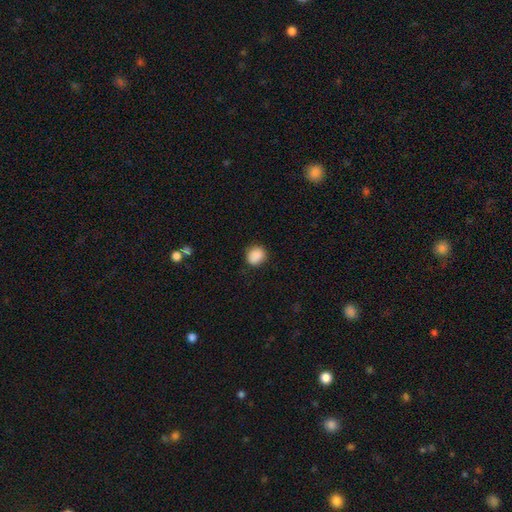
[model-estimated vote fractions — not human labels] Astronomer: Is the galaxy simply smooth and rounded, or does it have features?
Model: smooth — 89%.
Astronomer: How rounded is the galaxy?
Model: round — 72%.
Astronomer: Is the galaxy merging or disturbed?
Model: none — 85%.